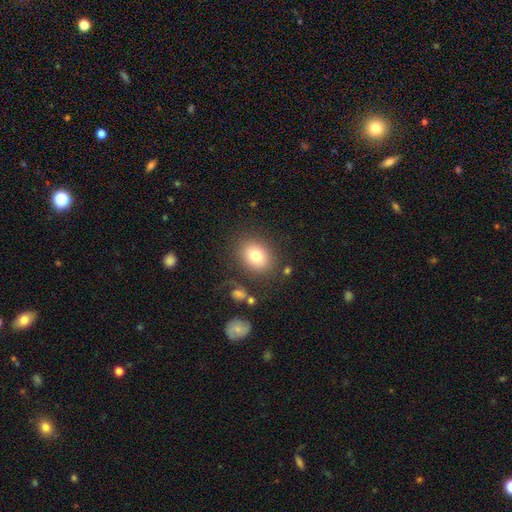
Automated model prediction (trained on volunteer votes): This appears to be a smooth galaxy with no disk features (79%) that is in between round and cigar-shaped (53%). Merging: none (82%).